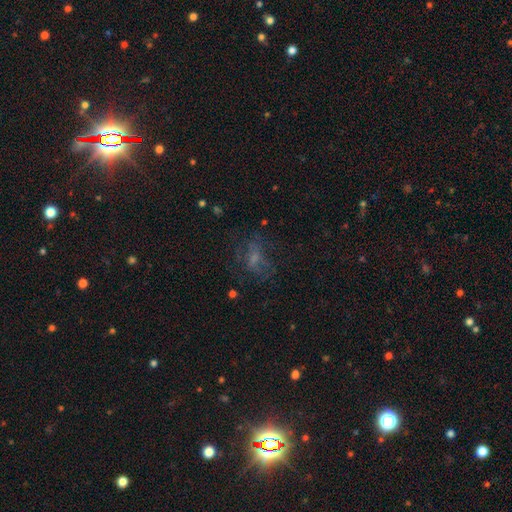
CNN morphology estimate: Overall: smooth (37%; featured or disk 33%). Merging: none (53%; major disturbance 26%).